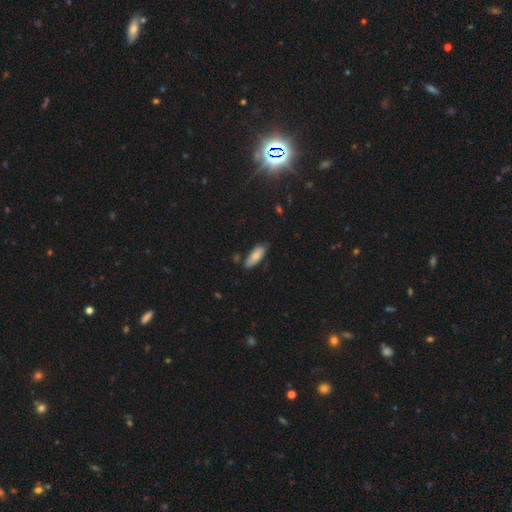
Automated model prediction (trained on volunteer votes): smooth_or_featured: smooth (p=0.81) [alt: featured or disk p=0.13]
how_rounded: in between (p=0.67) [alt: cigar-shaped p=0.31]
merging: none (p=0.74) [alt: minor disturbance p=0.20]